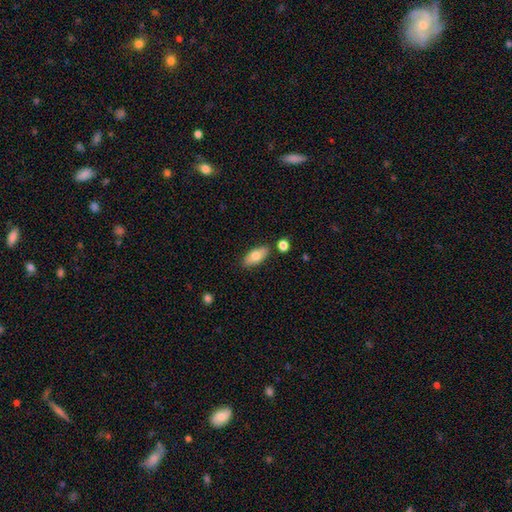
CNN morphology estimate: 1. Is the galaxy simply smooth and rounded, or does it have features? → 74% smooth, 19% featured or disk, 7% star or artifact.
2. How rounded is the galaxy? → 85% in between, 11% cigar-shaped, 3% round.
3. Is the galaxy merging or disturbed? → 80% none, 12% minor disturbance, 6% merger, 2% major disturbance.